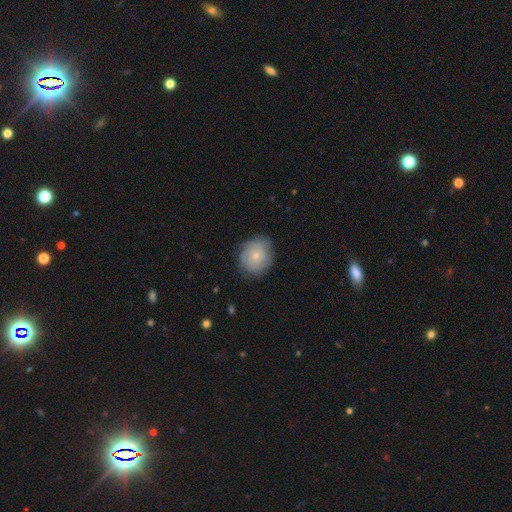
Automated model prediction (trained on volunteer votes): Smooth or featured: smooth — 60% (featured or disk — 33%)
How rounded: round — 70% (in between — 29%)
Merging: none — 73% (minor disturbance — 20%)